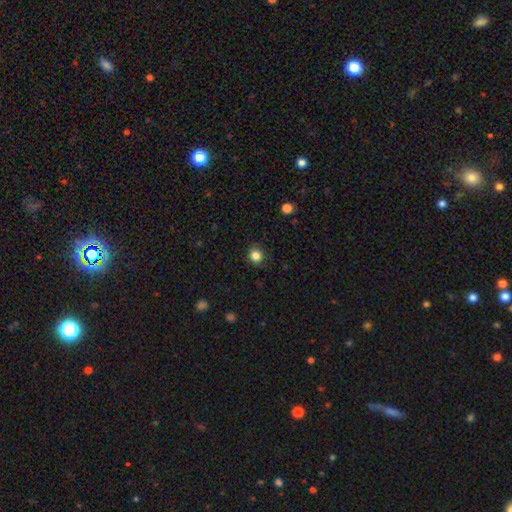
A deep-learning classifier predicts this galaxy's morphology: smooth 84%, star or artifact 12%, featured or disk 4%. Down the decision tree: how rounded — round (89%); merging — none (90%).